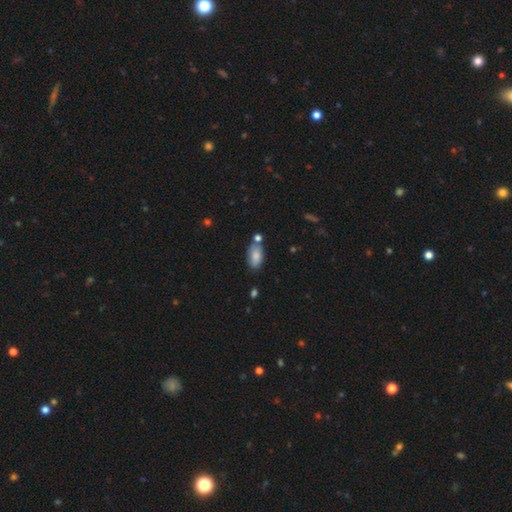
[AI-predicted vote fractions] Morphology: type=smooth (82%); roundness=in between (93%); merging=none (67%).